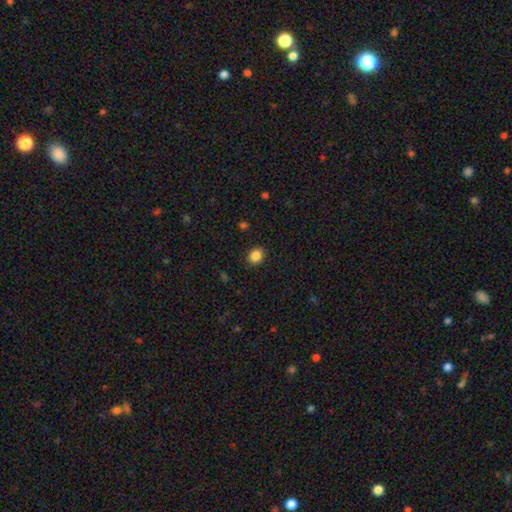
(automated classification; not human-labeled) This is clearly a smooth galaxy (86%). How rounded: likely round (68%). Merging: clearly none (90%).